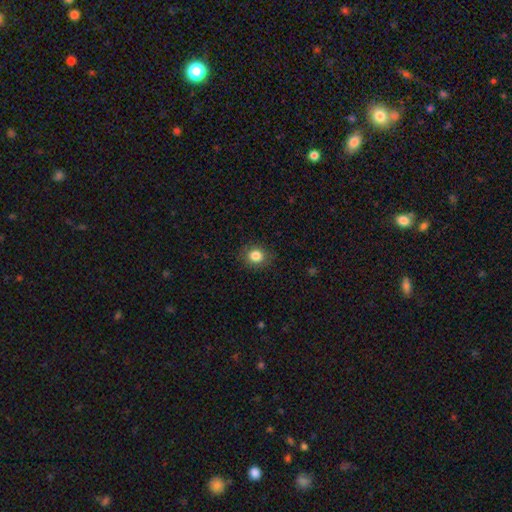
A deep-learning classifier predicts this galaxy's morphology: Smooth or featured? smooth (83%)
How rounded? round (74%)
Merging? none (87%)